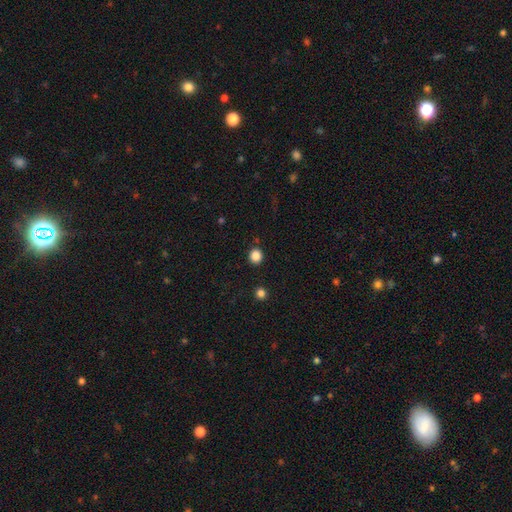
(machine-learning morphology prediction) This is clearly a smooth galaxy (86%). How rounded: clearly round (87%). Merging: clearly none (89%).